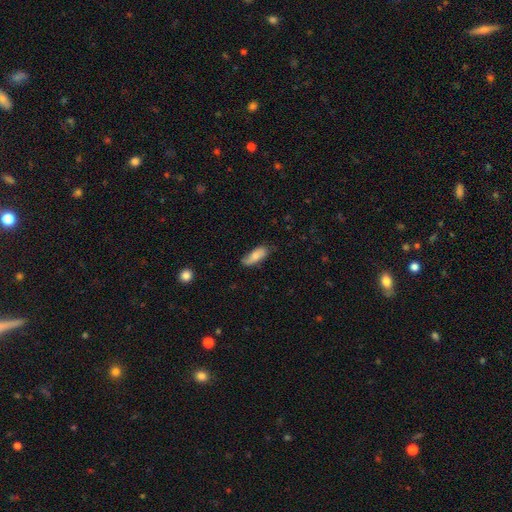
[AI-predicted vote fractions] Morphology: type=smooth (73%); roundness=in between (71%); merging=none (63%).